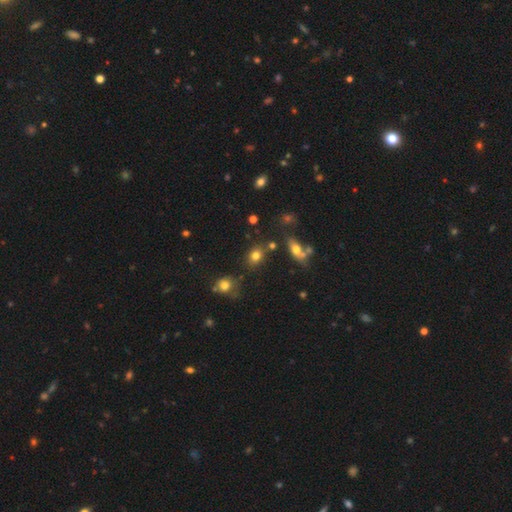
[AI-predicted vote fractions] smooth_or_featured: smooth (p=0.77) [alt: star or artifact p=0.14]
how_rounded: in between (p=0.52) [alt: round p=0.46]
merging: none (p=0.72) [alt: minor disturbance p=0.13]